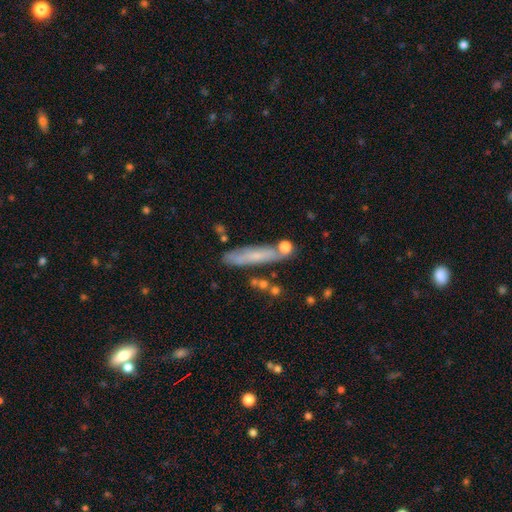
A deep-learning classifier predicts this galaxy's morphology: The model was most divided on "smooth or featured": smooth: 57%, featured or disk: 35%, star or artifact: 8%. More confident: how rounded — cigar-shaped (86%); merging — none (75%).